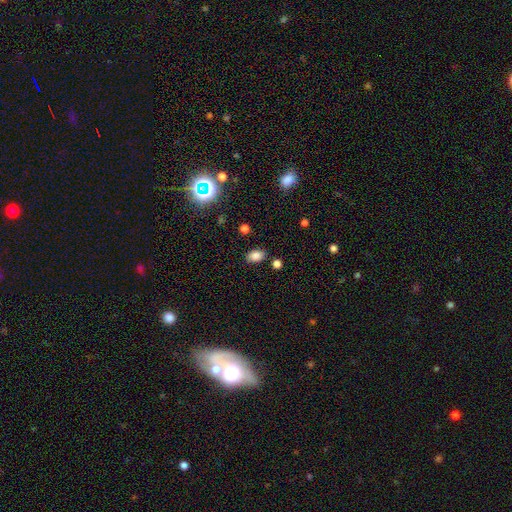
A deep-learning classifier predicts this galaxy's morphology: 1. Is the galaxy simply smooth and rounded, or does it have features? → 83% smooth, 12% star or artifact, 5% featured or disk.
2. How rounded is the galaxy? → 83% in between, 16% round, 1% cigar-shaped.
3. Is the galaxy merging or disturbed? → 82% none, 11% minor disturbance, 4% merger, 3% major disturbance.